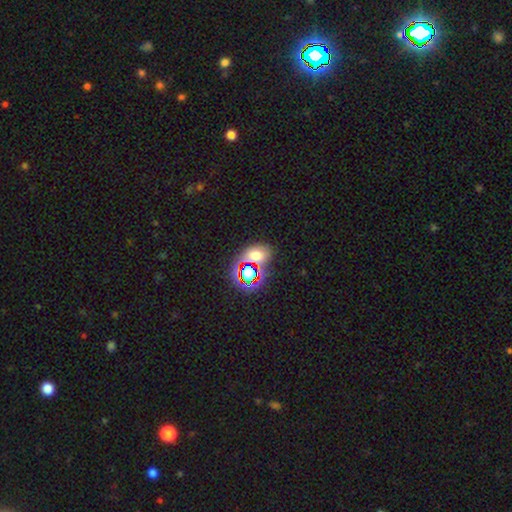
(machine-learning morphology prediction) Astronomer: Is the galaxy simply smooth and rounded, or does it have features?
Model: smooth — 54% (runner-up: star or artifact, 34%).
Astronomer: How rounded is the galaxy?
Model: in between — 68%.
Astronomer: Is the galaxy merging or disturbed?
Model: none — 63%.